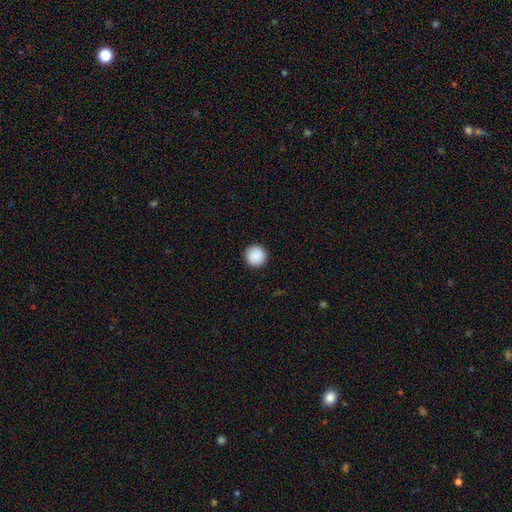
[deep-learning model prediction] Smooth or featured? Predicted: smooth (p=0.89). How rounded? Predicted: round (p=0.96). Merging? Predicted: none (p=0.93).